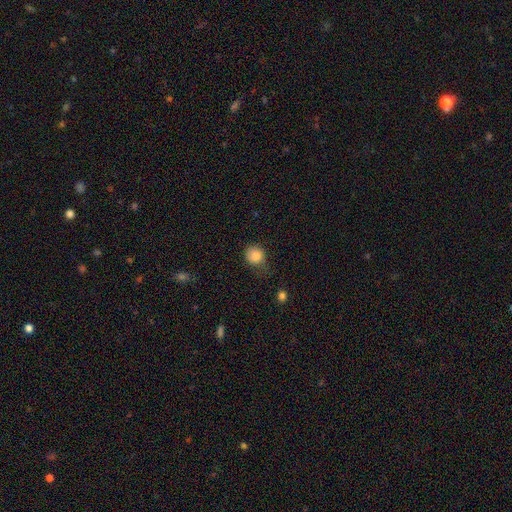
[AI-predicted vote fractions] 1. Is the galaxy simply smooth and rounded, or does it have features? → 83% smooth, 11% star or artifact, 7% featured or disk.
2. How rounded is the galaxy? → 81% round, 18% in between, 1% cigar-shaped.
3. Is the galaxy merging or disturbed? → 63% none, 27% minor disturbance, 8% major disturbance, 2% merger.